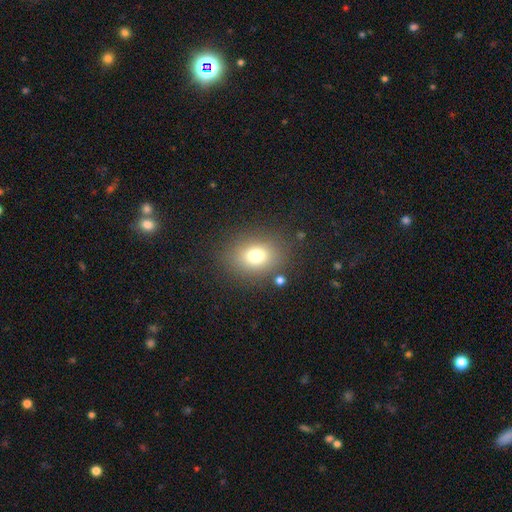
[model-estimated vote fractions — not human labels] Smooth or featured?
  - smooth: 75% *
  - star or artifact: 14%
  - featured or disk: 11%
How rounded?
  - in between: 56% *
  - round: 43%
  - cigar-shaped: 1%
Merging?
  - none: 81% *
  - minor disturbance: 11%
  - major disturbance: 5%
  - merger: 3%